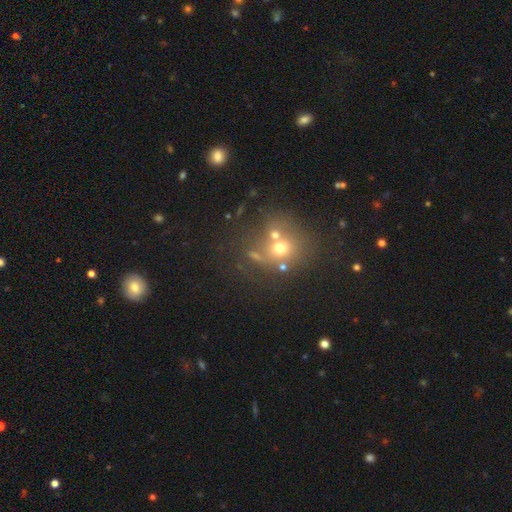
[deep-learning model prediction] A smooth galaxy with no disk features (54%) that is round (76%). Merging: none (49%).